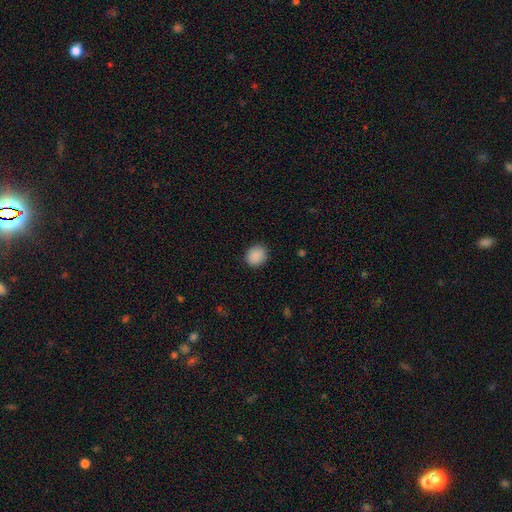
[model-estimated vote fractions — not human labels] smooth 89%, star or artifact 8%, featured or disk 2%. Down the decision tree: how rounded — round (72%); merging — none (88%).